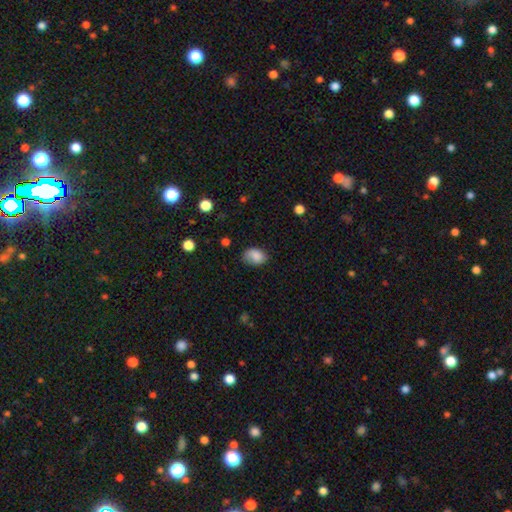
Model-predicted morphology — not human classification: Smooth or featured: smooth — 84% (star or artifact — 9%)
How rounded: in between — 73% (round — 26%)
Merging: none — 61% (minor disturbance — 30%)